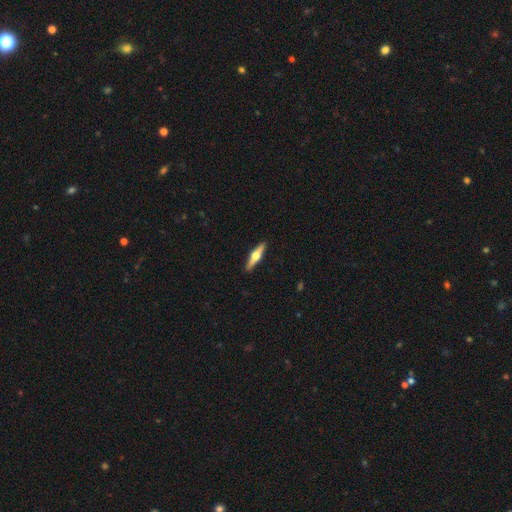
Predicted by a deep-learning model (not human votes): A featured or disk galaxy (68%) viewed edge-on (97%) with a rounded central bulge (96%).

Vote fractions:
- Smooth or featured? featured or disk: 68% / smooth: 27% / star or artifact: 5%
- Edge-on disk? yes: 97% / no: 3%
- Edge-on bulge? rounded: 96% / boxy: 3% / none: 2%
- Merging? none: 91% / minor disturbance: 6% / major disturbance: 1% / merger: 1%